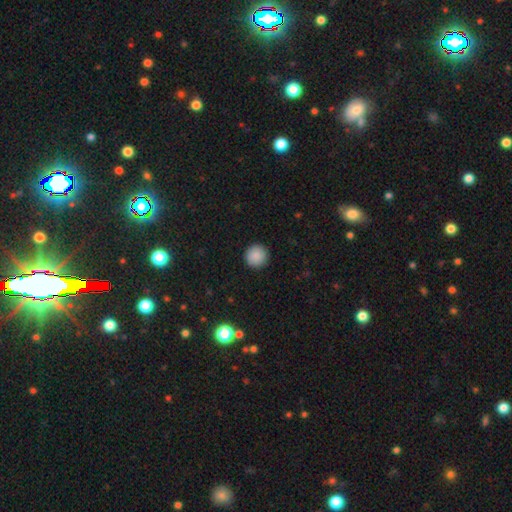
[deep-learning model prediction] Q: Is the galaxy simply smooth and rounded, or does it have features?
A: smooth — 89%.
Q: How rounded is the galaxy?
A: round — 95%.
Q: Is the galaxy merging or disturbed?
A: none — 92%.